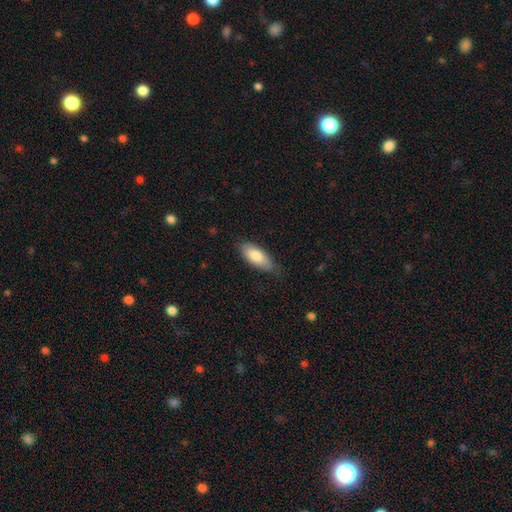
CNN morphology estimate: Q: Smooth or featured?
A: smooth (81%); runner-up: featured or disk (14%)
Q: How rounded?
A: in between (84%); runner-up: cigar-shaped (15%)
Q: Merging?
A: none (73%); runner-up: minor disturbance (22%)